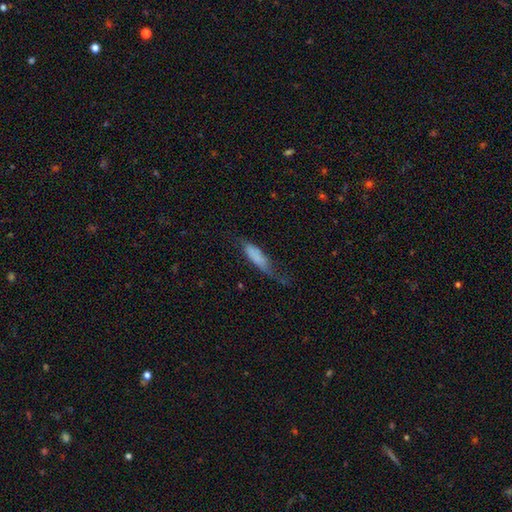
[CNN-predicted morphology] This is likely a smooth galaxy (70%). How rounded: possibly cigar-shaped (59%). Merging: marginally none (36%).